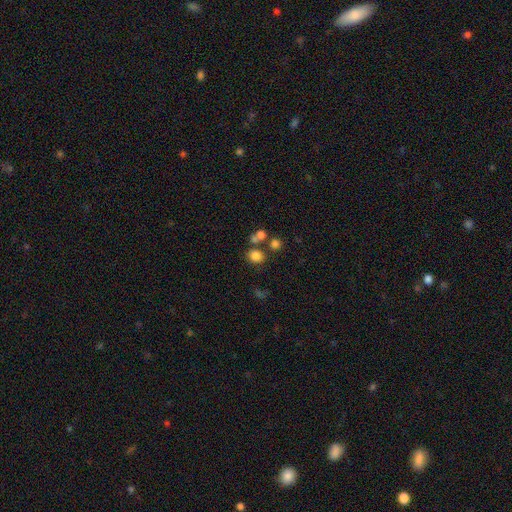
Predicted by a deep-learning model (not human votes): smooth 78%, star or artifact 14%, featured or disk 8%. Down the decision tree: how rounded — round (72%); merging — none (65%).